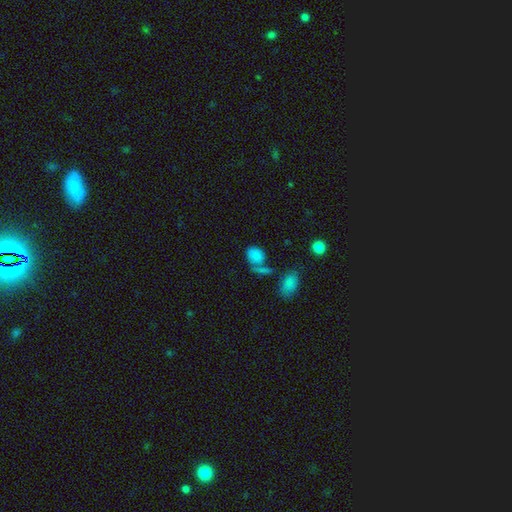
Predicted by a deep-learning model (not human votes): Smooth or featured?
  - smooth: 79% *
  - star or artifact: 12%
  - featured or disk: 9%
How rounded?
  - in between: 66% *
  - round: 32%
  - cigar-shaped: 2%
Merging?
  - none: 46% *
  - merger: 27%
  - minor disturbance: 16%
  - major disturbance: 10%